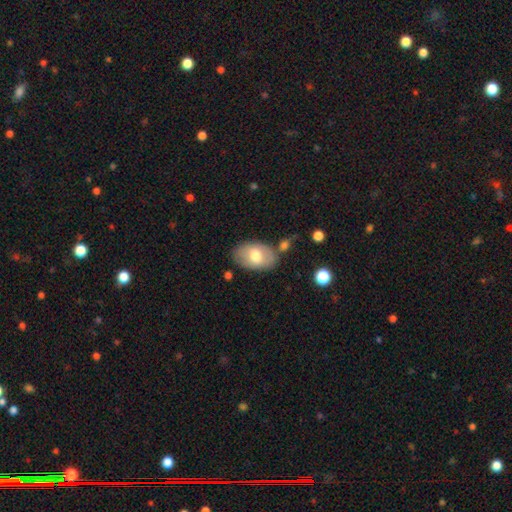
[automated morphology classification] This appears to be a smooth galaxy with no disk features (68%) that is in between round and cigar-shaped (90%). Merging: none (73%).